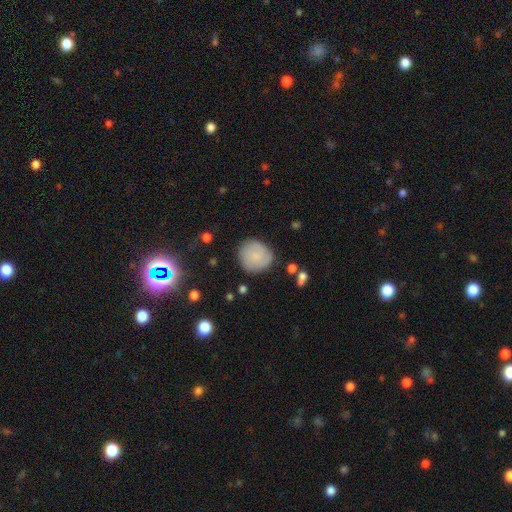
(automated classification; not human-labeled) smooth 68%, featured or disk 24%, star or artifact 8%. Down the decision tree: how rounded — round (86%); merging — none (78%).